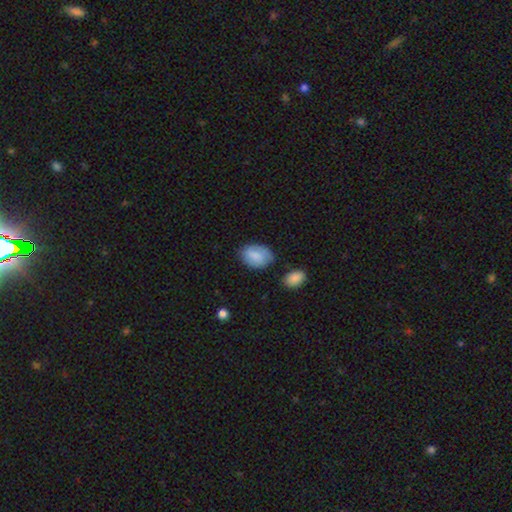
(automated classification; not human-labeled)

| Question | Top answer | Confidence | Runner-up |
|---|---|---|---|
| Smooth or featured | smooth | 82% | featured or disk (11%) |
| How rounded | in between | 82% | round (17%) |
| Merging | none | 69% | minor disturbance (22%) |